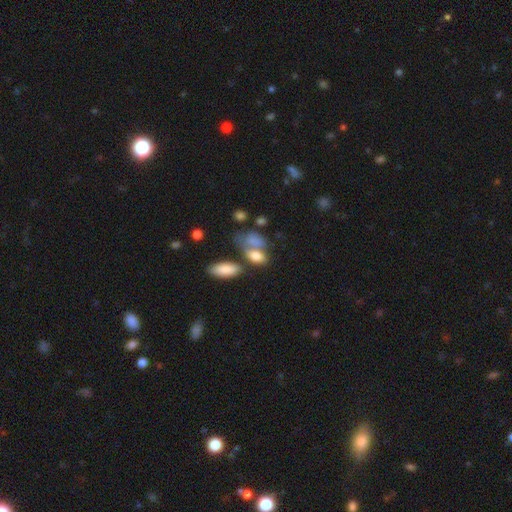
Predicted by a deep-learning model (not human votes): The model was most divided on "merging": merger: 37%, none: 34%, minor disturbance: 17%, major disturbance: 12%. More confident: how rounded — in between (87%); smooth or featured — smooth (78%).